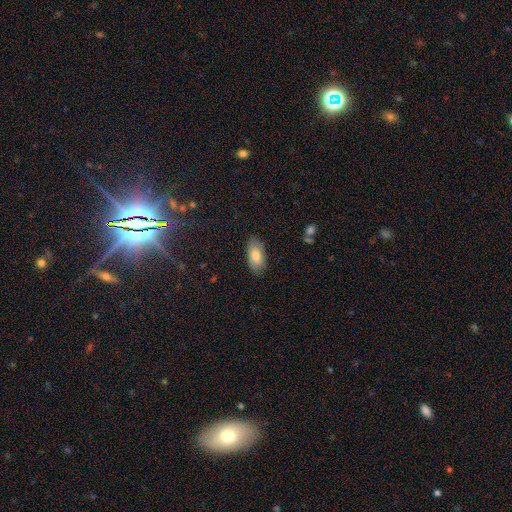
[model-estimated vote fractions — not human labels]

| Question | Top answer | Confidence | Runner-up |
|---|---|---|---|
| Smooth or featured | smooth | 80% | featured or disk (14%) |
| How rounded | in between | 92% | cigar-shaped (5%) |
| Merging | none | 85% | minor disturbance (12%) |